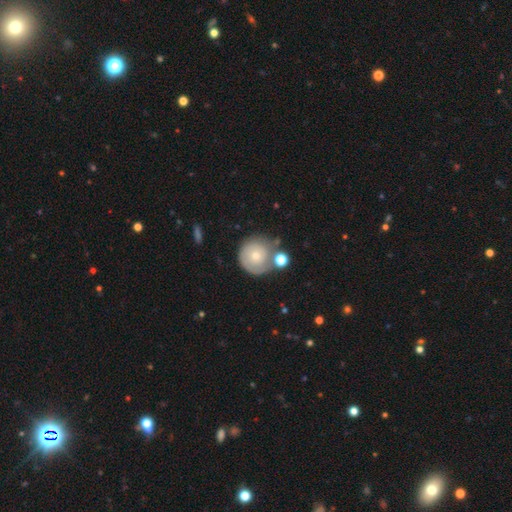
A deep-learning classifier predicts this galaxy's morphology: Smooth or featured? smooth (52%)
How rounded? round (92%)
Merging? none (59%)